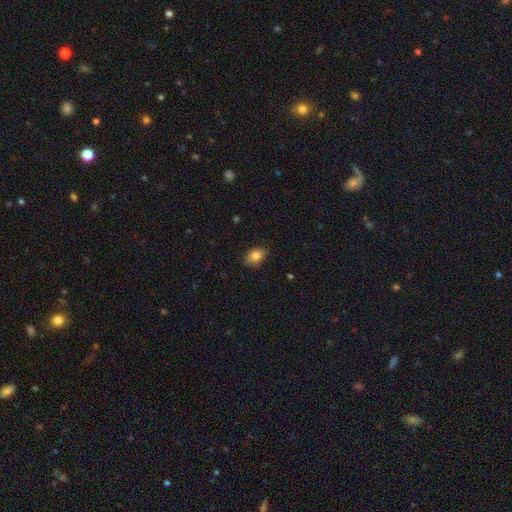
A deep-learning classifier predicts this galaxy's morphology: smooth 82%, star or artifact 9%, featured or disk 9%. Down the decision tree: how rounded — in between (80%); merging — none (84%).